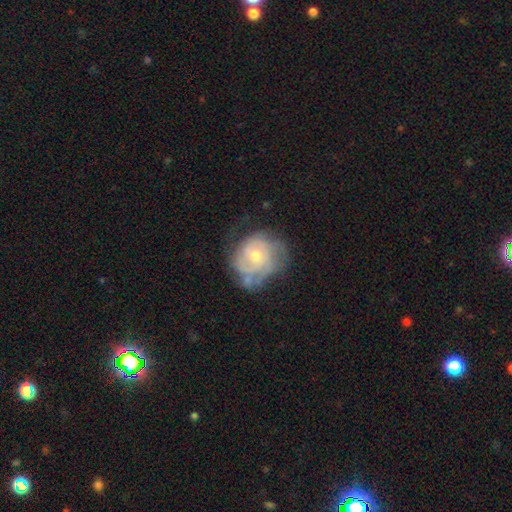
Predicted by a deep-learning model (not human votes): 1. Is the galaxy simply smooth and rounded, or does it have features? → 76% featured or disk, 17% smooth, 7% star or artifact.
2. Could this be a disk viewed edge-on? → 97% no, 3% yes.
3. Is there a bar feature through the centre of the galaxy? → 77% no, 20% weak, 3% strong.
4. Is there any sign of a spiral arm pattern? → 86% yes, 14% no.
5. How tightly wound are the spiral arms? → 63% tight, 28% medium, 9% loose.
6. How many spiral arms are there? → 41% can't tell, 25% 2, 19% 3, 6% 4, 6% 1, 4% more than 4.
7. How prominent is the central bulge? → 51% moderate, 45% small, 2% large, 1% none, 1% dominant.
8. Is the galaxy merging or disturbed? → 55% none, 27% minor disturbance, 15% major disturbance, 4% merger.